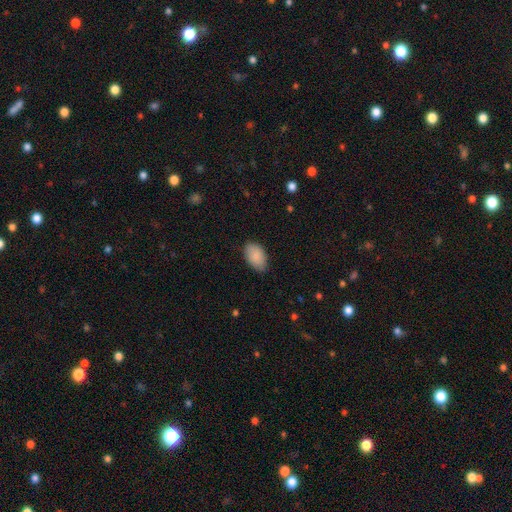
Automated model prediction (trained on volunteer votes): smooth_or_featured: smooth (p=0.89) [alt: star or artifact p=0.06]
how_rounded: in between (p=0.92) [alt: round p=0.06]
merging: none (p=0.80) [alt: minor disturbance p=0.16]